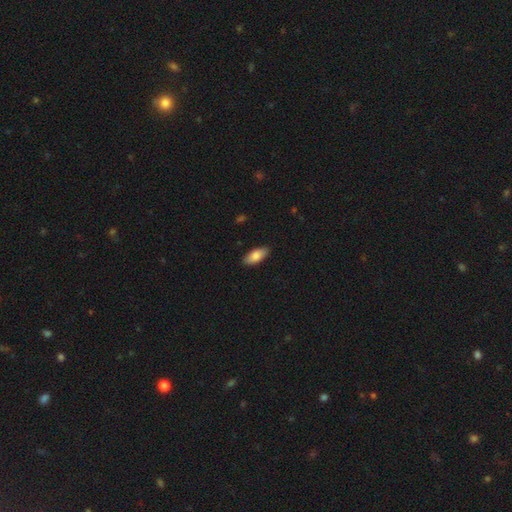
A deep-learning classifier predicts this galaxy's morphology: Q: Smooth or featured?
A: smooth (82%); runner-up: featured or disk (12%)
Q: How rounded?
A: in between (85%); runner-up: cigar-shaped (12%)
Q: Merging?
A: none (89%); runner-up: minor disturbance (8%)